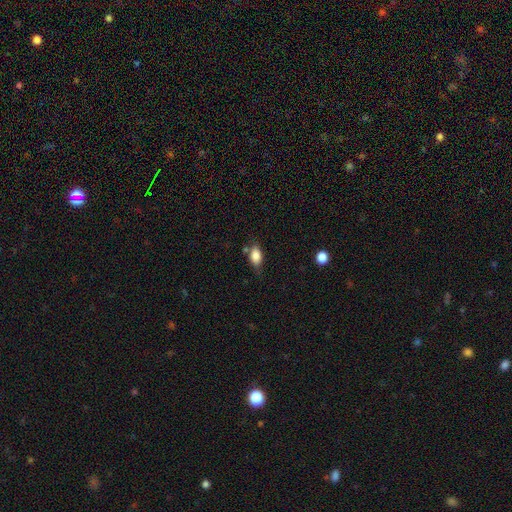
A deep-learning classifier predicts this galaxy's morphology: This appears to be a smooth galaxy with no disk features (84%) that is in between round and cigar-shaped (88%). Merging: none (69%).